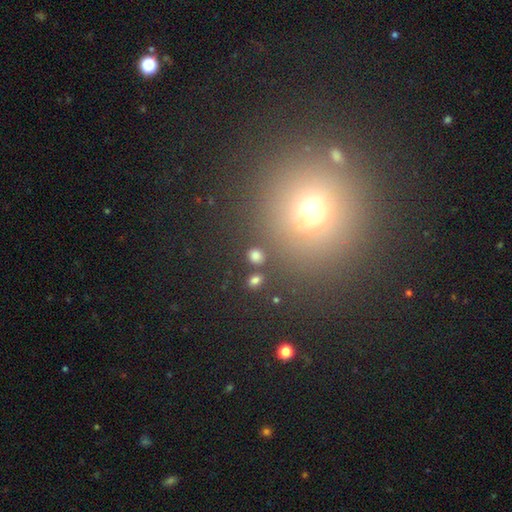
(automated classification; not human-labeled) smooth 79%, star or artifact 16%, featured or disk 5%. Down the decision tree: how rounded — round (57%); merging — none (85%).